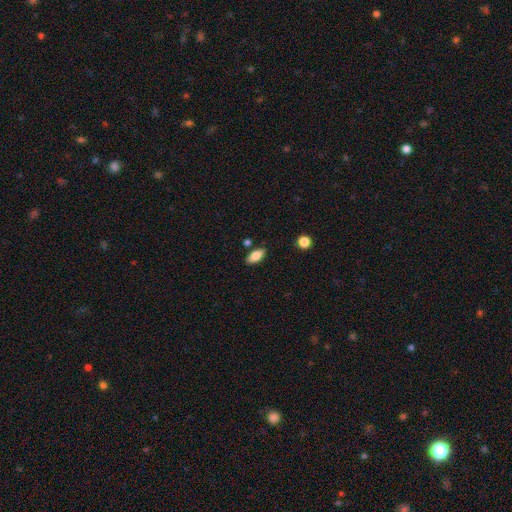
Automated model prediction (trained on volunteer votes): The model was most divided on "smooth or featured": smooth: 81%, featured or disk: 12%, star or artifact: 7%. More confident: how rounded — in between (88%); merging — none (82%).